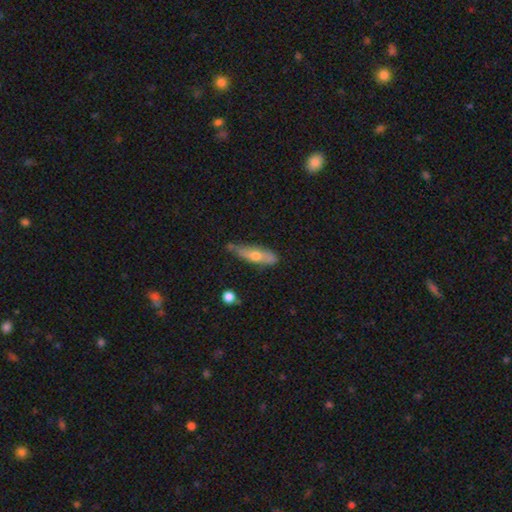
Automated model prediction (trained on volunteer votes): smooth-or-featured: smooth: 57% | featured or disk: 37% | star or artifact: 6%
  how-rounded: cigar-shaped: 60% | in between: 38% | round: 3%
  merging: none: 60% | minor disturbance: 28% | merger: 6% | major disturbance: 6%